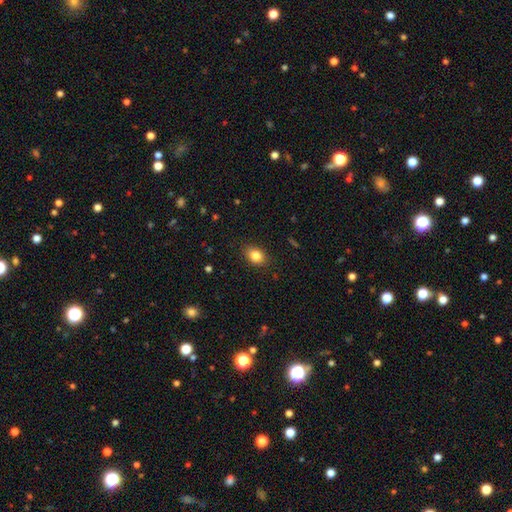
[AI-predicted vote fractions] This is clearly a smooth galaxy (84%). How rounded: likely in between (70%). Merging: clearly none (87%).